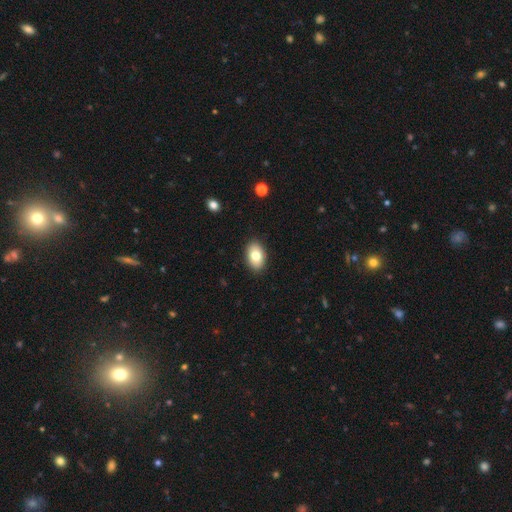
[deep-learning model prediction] This is likely a smooth galaxy (79%). How rounded: clearly in between (87%). Merging: clearly none (89%).